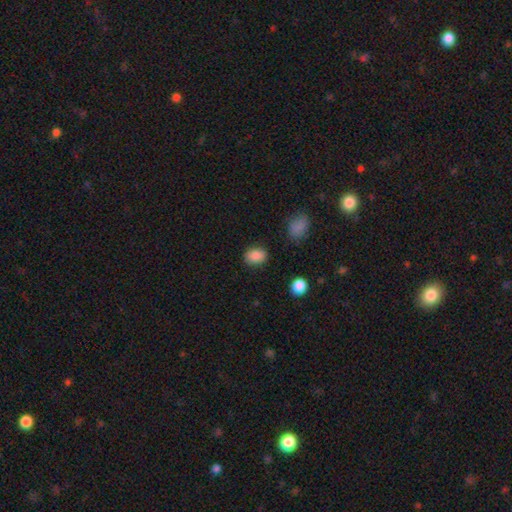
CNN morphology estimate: smooth 87%, star or artifact 9%, featured or disk 4%. Down the decision tree: how rounded — in between (73%); merging — none (84%).